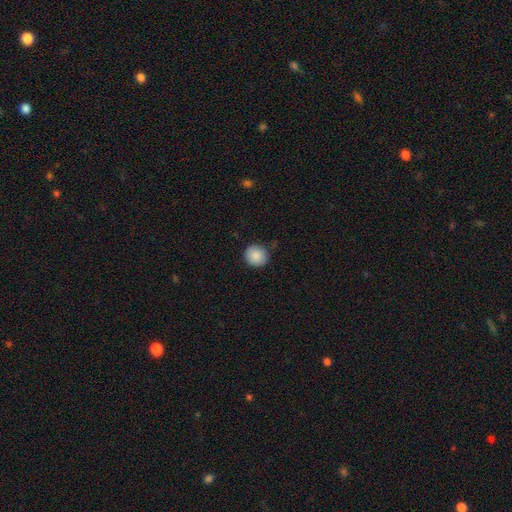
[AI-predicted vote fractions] Smooth or featured? Predicted: smooth (p=0.88). How rounded? Predicted: round (p=0.89). Merging? Predicted: none (p=0.88).